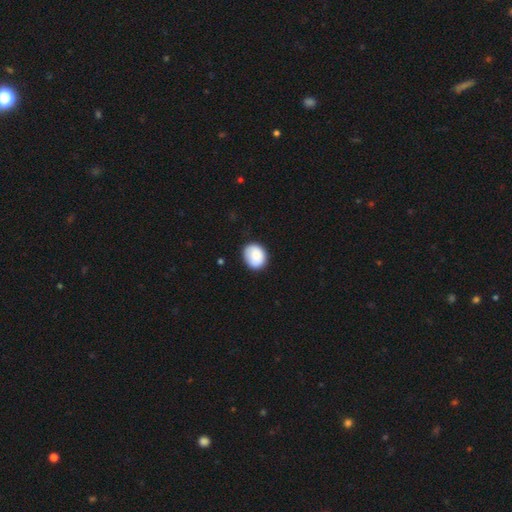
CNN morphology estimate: Smooth or featured? smooth (86%)
How rounded? round (57%)
Merging? none (81%)